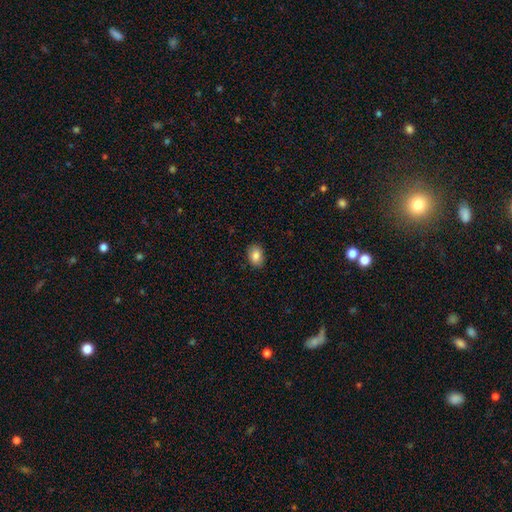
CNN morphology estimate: A smooth galaxy with no disk features (86%) that is in between round and cigar-shaped (77%).

Vote fractions:
- Smooth or featured? smooth: 86% / star or artifact: 8% / featured or disk: 6%
- How rounded? in between: 77% / round: 22% / cigar-shaped: 1%
- Merging? none: 89% / minor disturbance: 8% / major disturbance: 2% / merger: 1%